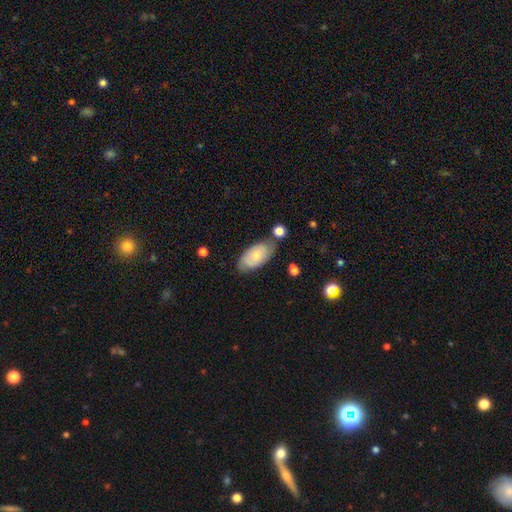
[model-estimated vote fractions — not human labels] Smooth or featured: smooth — 71% (featured or disk — 23%)
How rounded: in between — 94% (cigar-shaped — 4%)
Merging: none — 64% (minor disturbance — 22%)